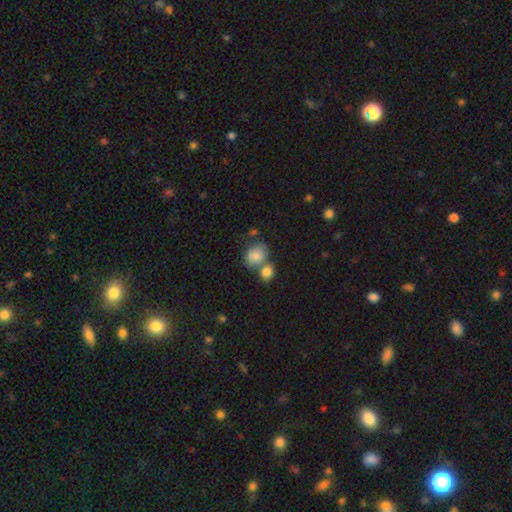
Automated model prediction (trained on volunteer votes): smooth_or_featured: smooth (p=0.83) [alt: featured or disk p=0.09]
how_rounded: round (p=0.49) [tied with: in between p=0.49]
merging: merger (p=0.43) [alt: none p=0.40]